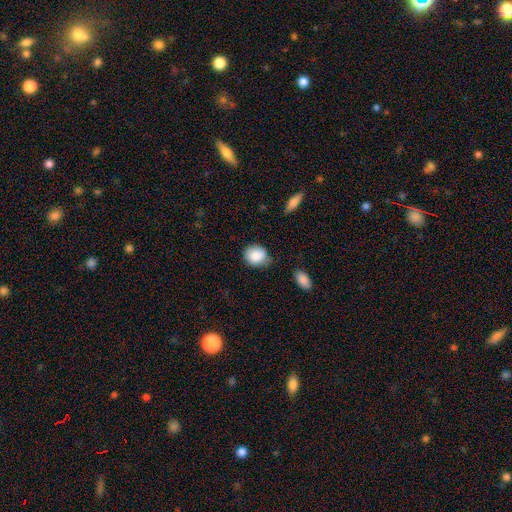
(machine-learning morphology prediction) type=smooth (86%); roundness=round (69%); merging=none (65%).